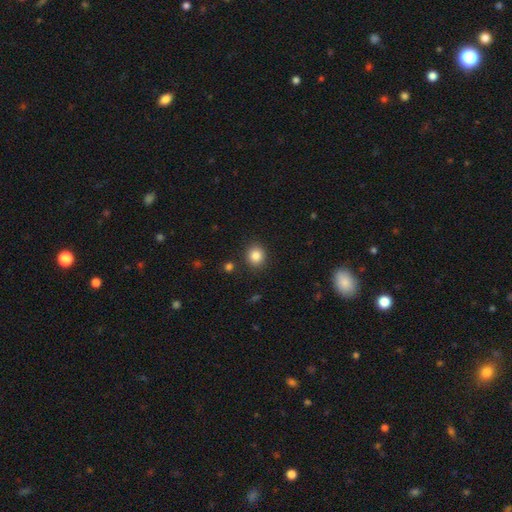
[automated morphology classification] Smooth or featured: smooth — 85% (star or artifact — 10%)
How rounded: round — 83% (in between — 17%)
Merging: none — 89% (minor disturbance — 7%)